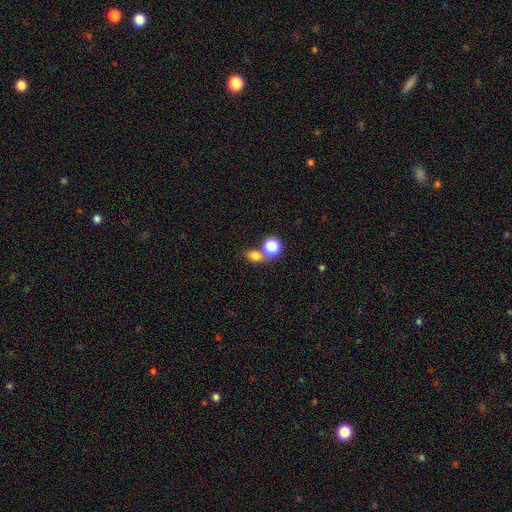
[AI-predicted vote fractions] Morphology: type=smooth (76%); roundness=in between (52%); merging=none (52%).